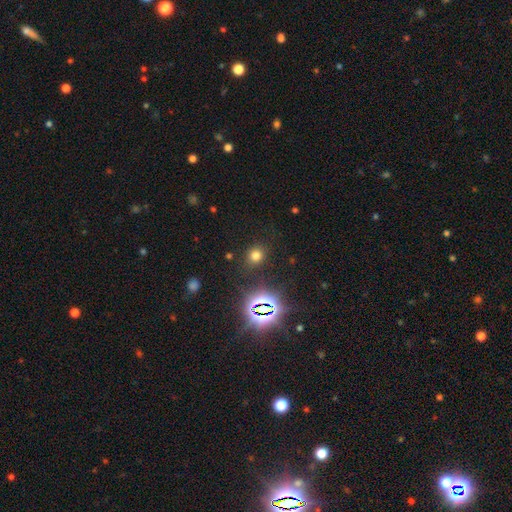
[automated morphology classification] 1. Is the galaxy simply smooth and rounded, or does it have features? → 68% smooth, 26% star or artifact, 7% featured or disk.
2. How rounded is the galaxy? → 76% round, 23% in between, 1% cigar-shaped.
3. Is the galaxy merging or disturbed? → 85% none, 9% minor disturbance, 4% major disturbance, 2% merger.